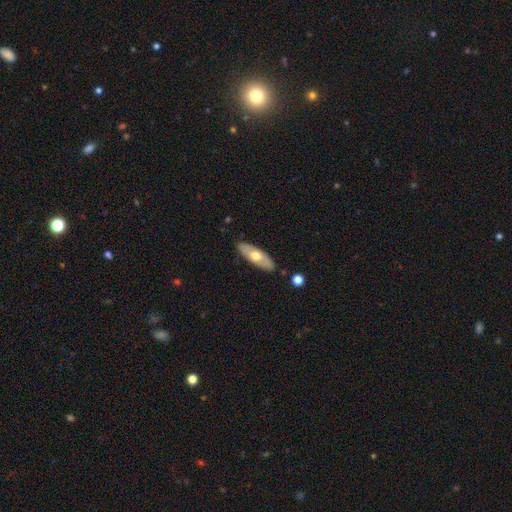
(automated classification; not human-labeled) This appears to be a smooth galaxy with no disk features (52%) that is in between round and cigar-shaped (68%). Merging: none (86%).